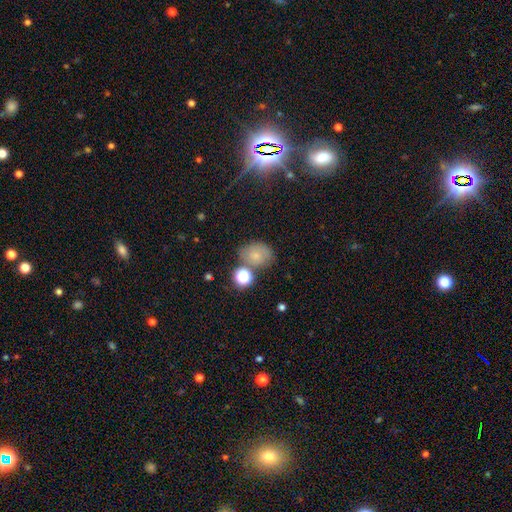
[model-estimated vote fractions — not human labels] Q: Smooth or featured?
A: smooth (68%); runner-up: featured or disk (16%)
Q: How rounded?
A: in between (50%); runner-up: round (49%)
Q: Merging?
A: none (61%); runner-up: minor disturbance (19%)